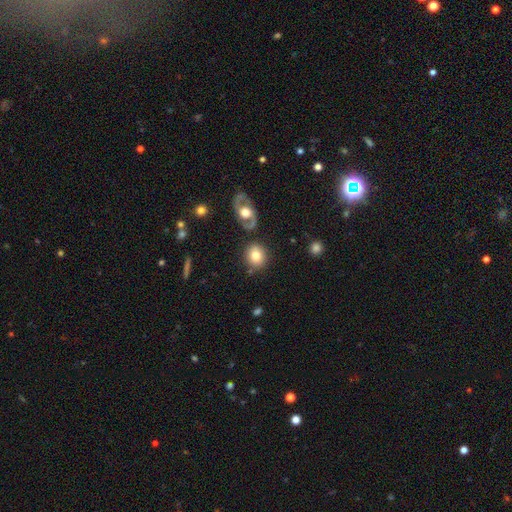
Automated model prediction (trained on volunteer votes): This is likely a smooth galaxy (76%). How rounded: likely round (77%). Merging: clearly none (80%).